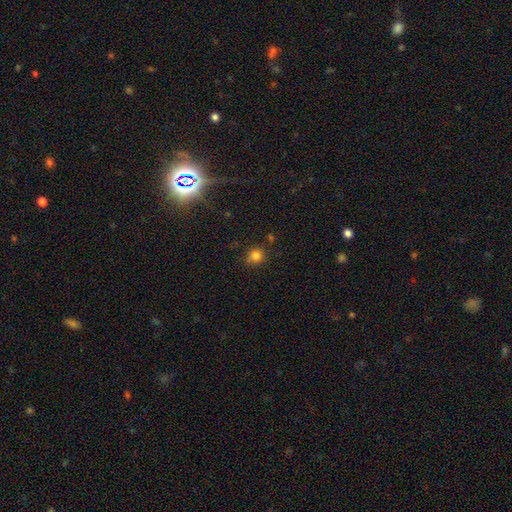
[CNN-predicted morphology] This is clearly a smooth galaxy (80%). How rounded: clearly round (87%). Merging: likely none (78%).